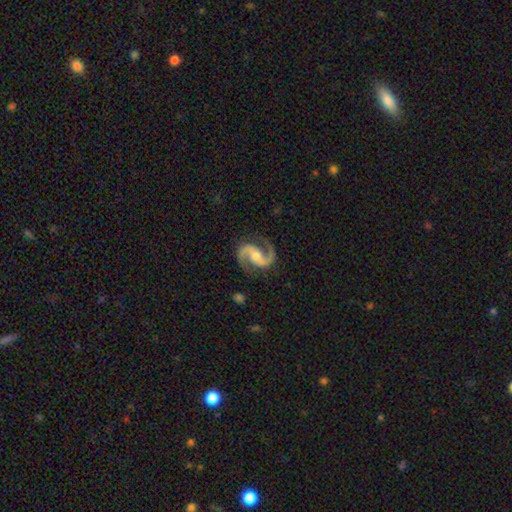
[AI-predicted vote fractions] A featured or disk galaxy (93%) with a weak bar (38%), 2 (95%) medium (62%) spiral arms (98%) and a moderate central bulge (56%).

Vote fractions:
- Smooth or featured? featured or disk: 93% / star or artifact: 4% / smooth: 3%
- Edge-on disk? no: 98% / yes: 2%
- Bar? weak: 38% / no: 37% / strong: 25%
- Spiral arms? yes: 98% / no: 2%
- Spiral winding? medium: 62% / loose: 25% / tight: 13%
- Spiral arm count? 2: 95% / 1: 1% / can't tell: 1% / 3: 1% / 4: 1% / more than 4: 1%
- Bulge size? moderate: 56% / small: 35% / large: 4% / none: 3% / dominant: 1%
- Merging? none: 83% / minor disturbance: 11% / major disturbance: 4% / merger: 1%